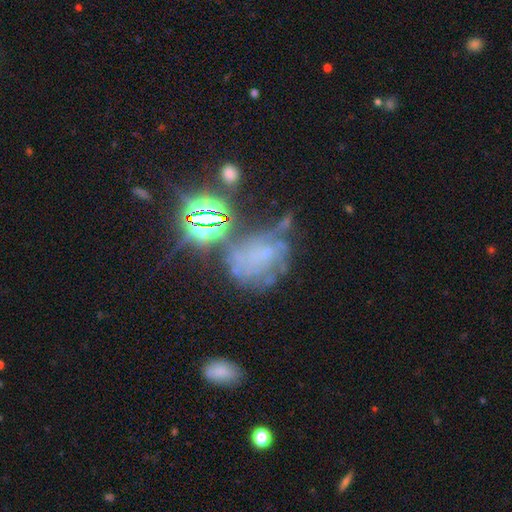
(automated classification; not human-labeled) featured or disk 42%, star or artifact 37%, smooth 21%. Down the decision tree: merging — none (38%).